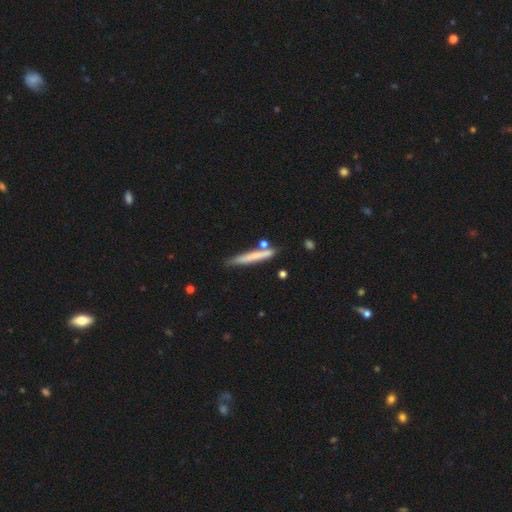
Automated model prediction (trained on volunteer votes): Overall: smooth (61%; featured or disk 32%). How rounded: cigar-shaped (95%). Merging: none (74%).